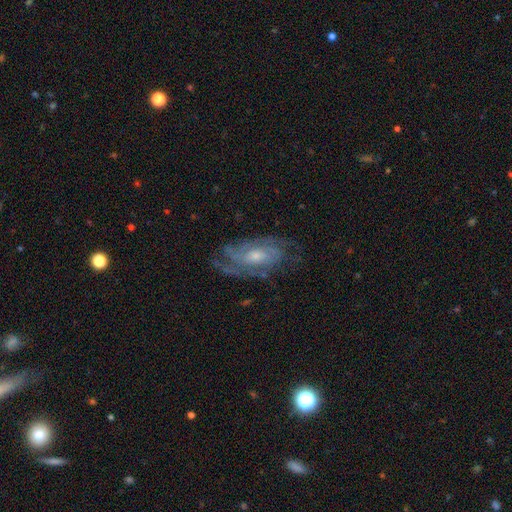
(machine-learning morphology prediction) Smooth or featured: featured or disk — 81% (smooth — 12%)
Edge-on disk: no — 93% (yes — 7%)
Bar: no — 63% (weak — 30%)
Spiral arms: yes — 91% (no — 9%)
Spiral winding: tight — 53% (medium — 36%)
Spiral arm count: can't tell — 36% (2 — 30%)
Bulge size: moderate — 49% (small — 42%)
Merging: none — 69% (minor disturbance — 19%)